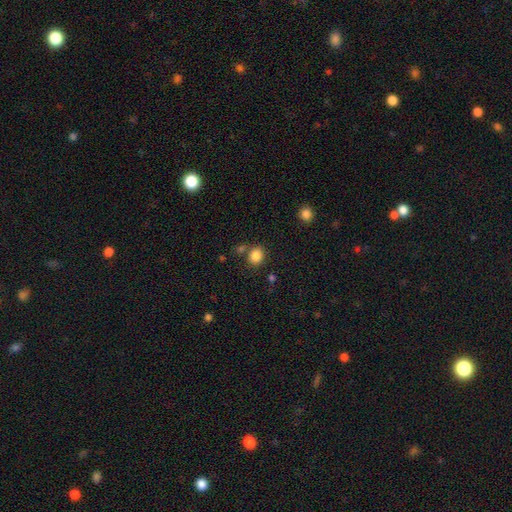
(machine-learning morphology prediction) Smooth or featured: smooth — 85% (star or artifact — 11%)
How rounded: round — 65% (in between — 34%)
Merging: none — 73% (merger — 12%)